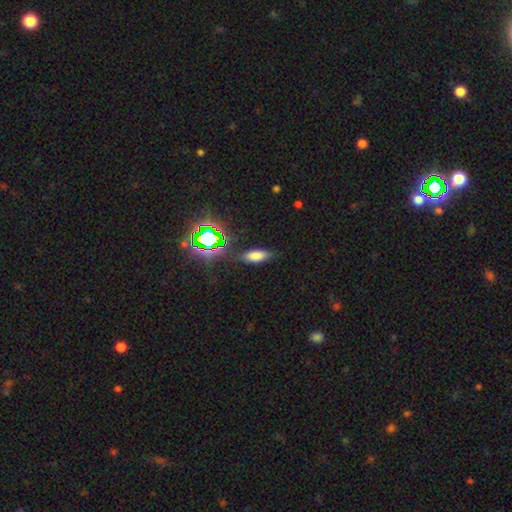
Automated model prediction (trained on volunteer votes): This is likely a smooth galaxy (67%). How rounded: likely in between (73%). Merging: likely none (79%).